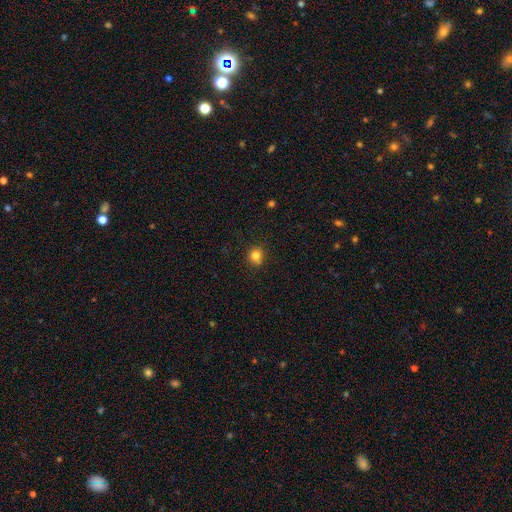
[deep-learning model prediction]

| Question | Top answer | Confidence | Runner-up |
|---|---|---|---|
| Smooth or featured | smooth | 82% | star or artifact (13%) |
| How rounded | round | 87% | in between (12%) |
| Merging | none | 84% | minor disturbance (10%) |